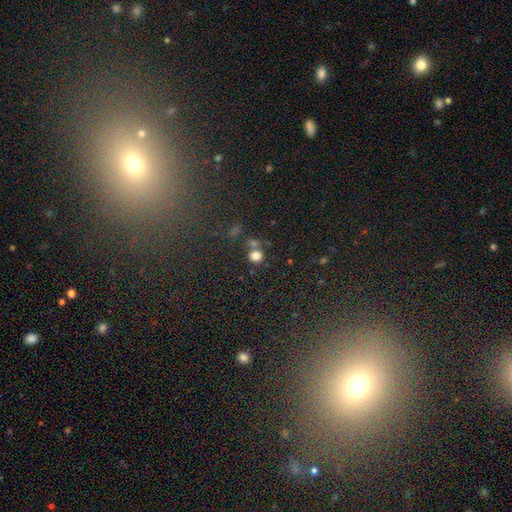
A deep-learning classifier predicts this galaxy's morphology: type=smooth (78%); roundness=round (87%); merging=none (63%).